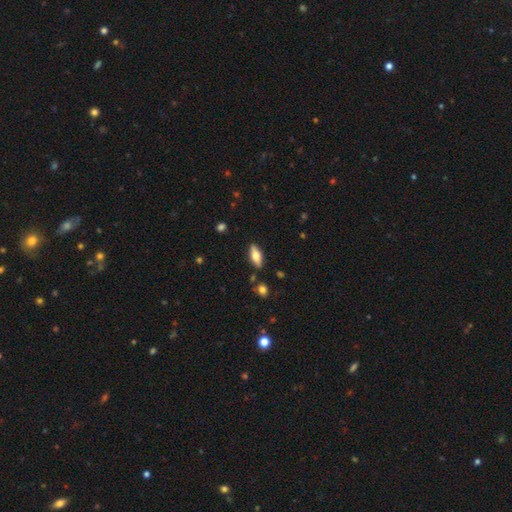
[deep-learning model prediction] A smooth galaxy with no disk features (61%) that is in between round and cigar-shaped (72%). Merging: none (85%).